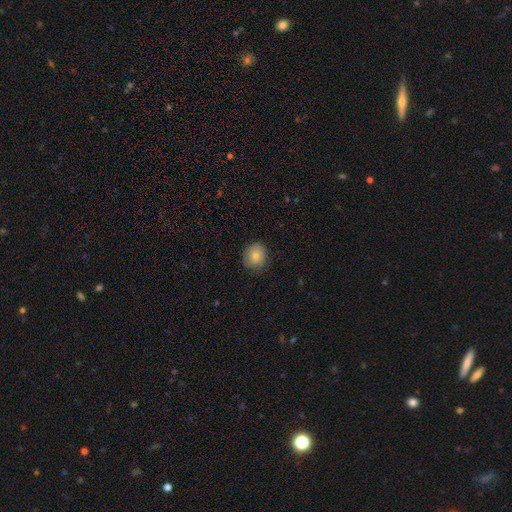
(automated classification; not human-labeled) This is clearly a smooth galaxy (82%). How rounded: likely round (76%). Merging: likely none (79%).